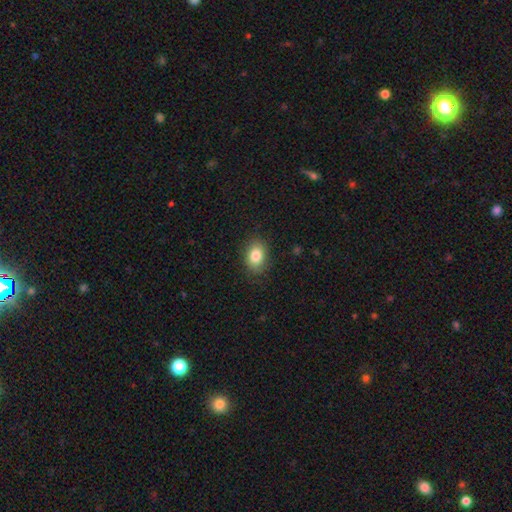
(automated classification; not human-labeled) Overall: smooth (83%). How rounded: in between (74%). Merging: none (85%).